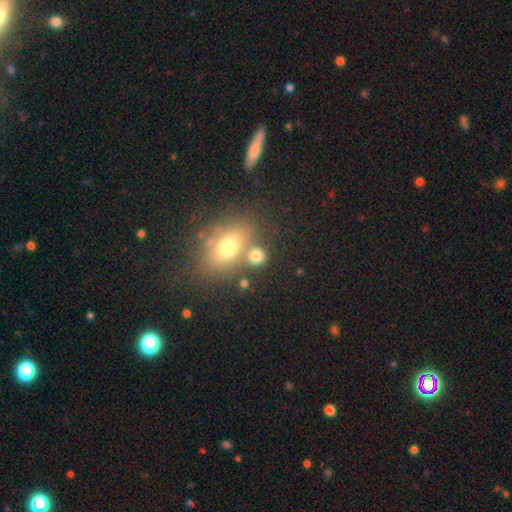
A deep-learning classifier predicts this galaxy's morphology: The model was most divided on "merging": none: 58%, merger: 27%, minor disturbance: 10%, major disturbance: 5%. More confident: smooth or featured — smooth (76%); how rounded — round (66%).